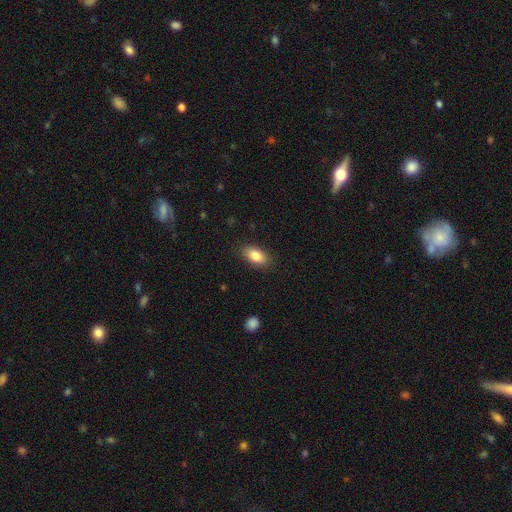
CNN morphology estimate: smooth-or-featured: smooth: 85% | featured or disk: 7% | star or artifact: 7%
  how-rounded: in between: 91% | round: 5% | cigar-shaped: 4%
  merging: none: 86% | minor disturbance: 10% | major disturbance: 3% | merger: 1%